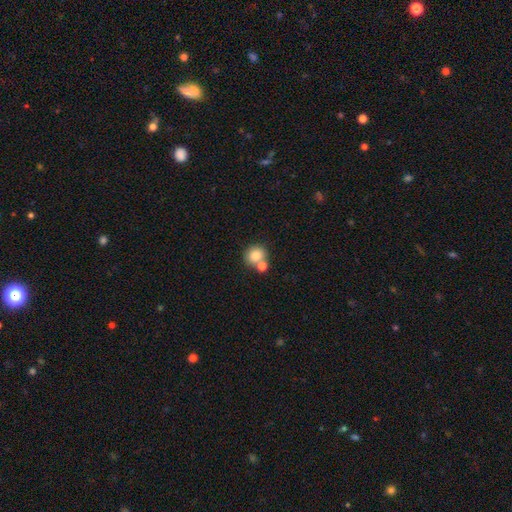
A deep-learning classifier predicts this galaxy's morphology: smooth_or_featured: smooth (p=0.81) [alt: star or artifact p=0.10]
how_rounded: round (p=0.84) [alt: in between p=0.15]
merging: none (p=0.56) [alt: merger p=0.33]